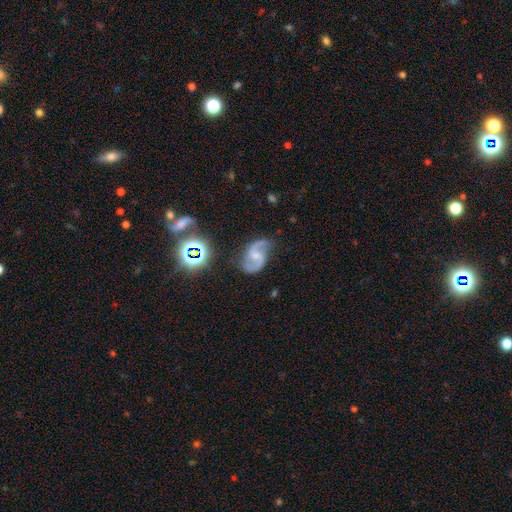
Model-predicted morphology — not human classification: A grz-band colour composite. It shows a featured or disk galaxy (87%) with a weak bar (50%), 2 (93%) medium (48%) spiral arms (97%) and a small central bulge (48%). Merging: none (74%).